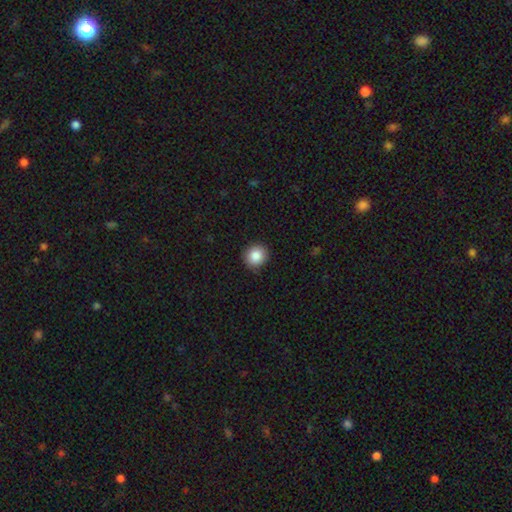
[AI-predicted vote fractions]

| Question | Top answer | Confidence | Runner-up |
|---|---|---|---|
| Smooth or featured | smooth | 87% | star or artifact (9%) |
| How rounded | round | 89% | in between (10%) |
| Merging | none | 89% | minor disturbance (8%) |